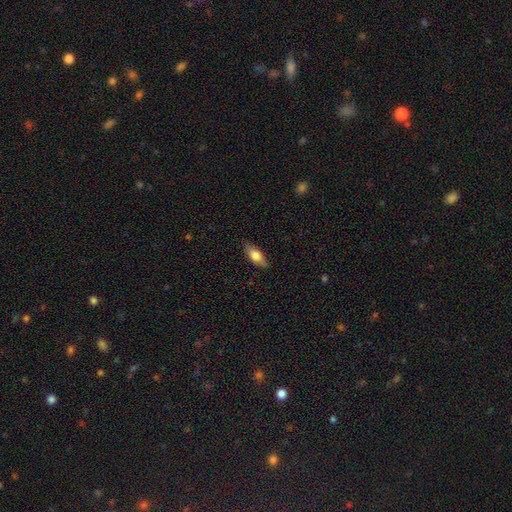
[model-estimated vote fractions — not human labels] Smooth or featured: smooth — 74% (featured or disk — 19%)
How rounded: in between — 79% (cigar-shaped — 18%)
Merging: none — 84% (minor disturbance — 13%)